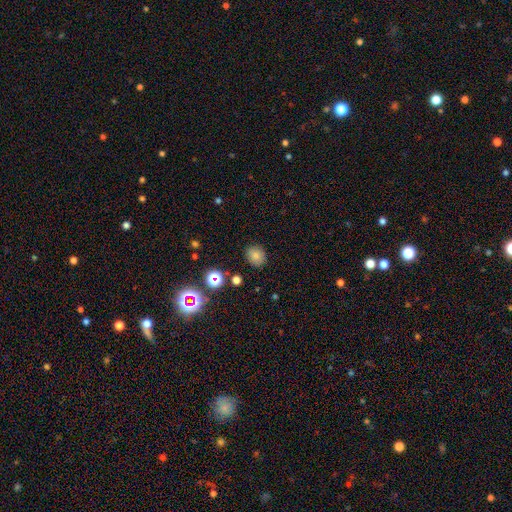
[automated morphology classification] smooth 76%, star or artifact 16%, featured or disk 7%. Down the decision tree: how rounded — round (70%); merging — none (86%).